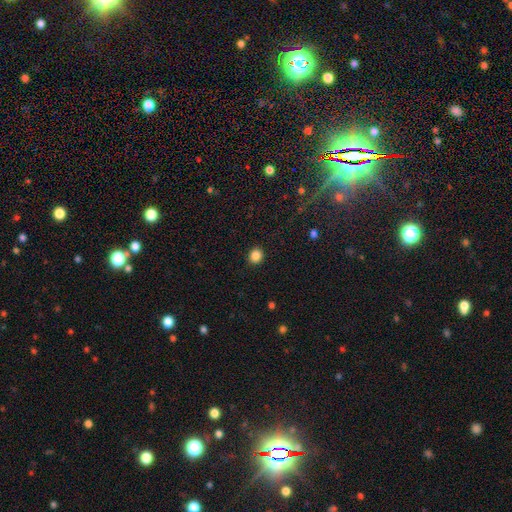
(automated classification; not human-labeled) smooth_or_featured: smooth (p=0.86) [alt: star or artifact p=0.11]
how_rounded: round (p=0.81) [alt: in between p=0.18]
merging: none (p=0.91) [alt: minor disturbance p=0.06]